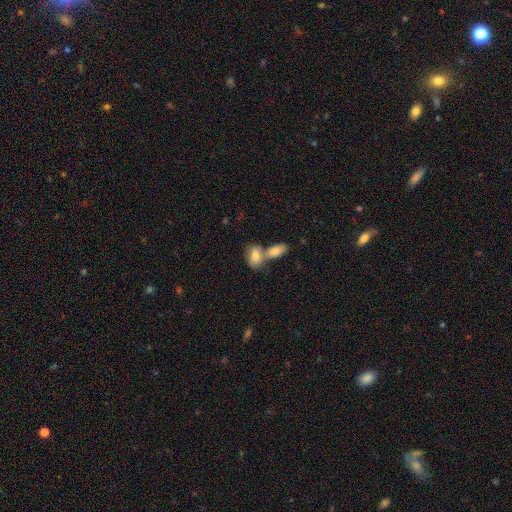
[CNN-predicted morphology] smooth 80%, featured or disk 13%, star or artifact 7%. Down the decision tree: how rounded — in between (88%); merging — merger (59%).